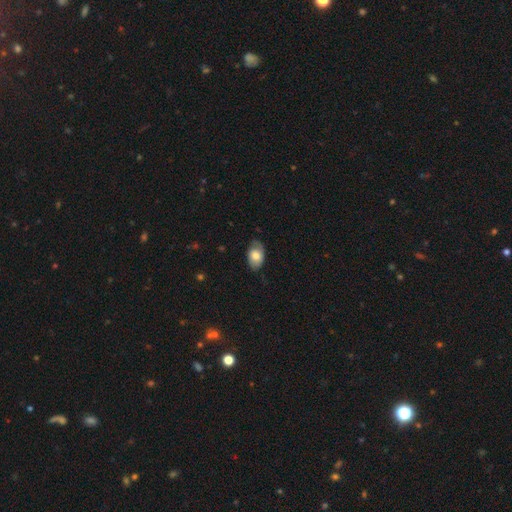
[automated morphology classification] A smooth galaxy with no disk features (71%) that is in between round and cigar-shaped (89%). Merging: none (67%).